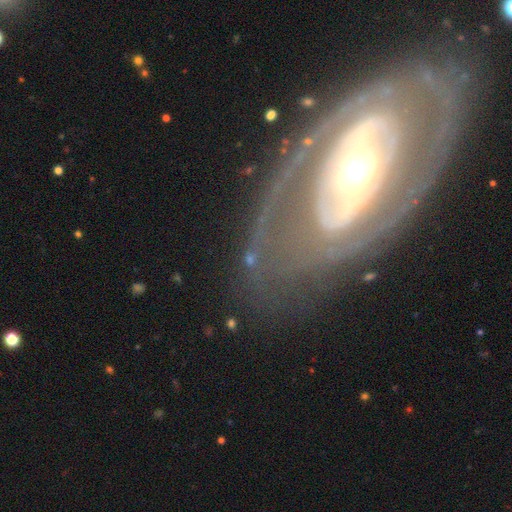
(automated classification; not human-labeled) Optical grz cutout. It shows a featured or disk galaxy (82%) with no bar (56%), spiral arms (60%) and a moderate central bulge (59%). Merging: none (77%).